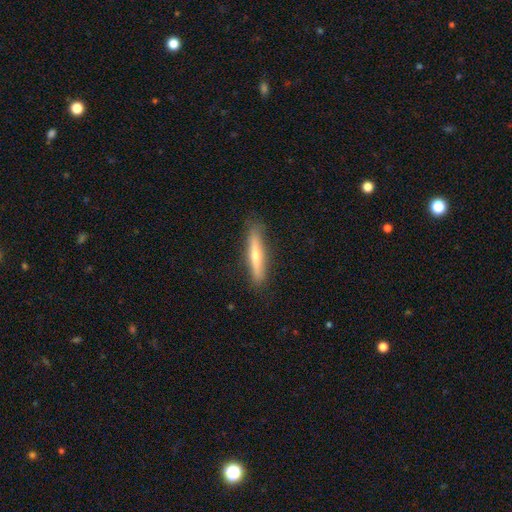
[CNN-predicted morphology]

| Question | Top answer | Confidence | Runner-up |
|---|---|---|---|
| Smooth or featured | featured or disk | 48% | smooth (44%) |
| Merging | none | 87% | minor disturbance (10%) |